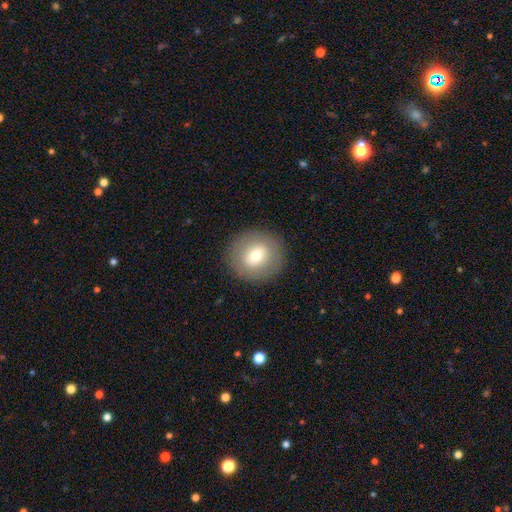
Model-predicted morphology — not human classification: Overall: smooth (70%). How rounded: round (89%). Merging: none (89%).